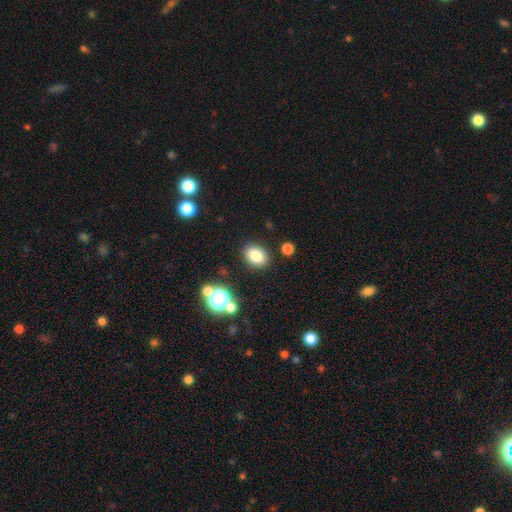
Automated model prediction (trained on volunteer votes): A smooth galaxy with no disk features (81%) that is in between round and cigar-shaped (67%).

Vote fractions:
- Smooth or featured? smooth: 81% / star or artifact: 12% / featured or disk: 7%
- How rounded? in between: 67% / round: 32% / cigar-shaped: 1%
- Merging? none: 86% / minor disturbance: 8% / merger: 3% / major disturbance: 3%